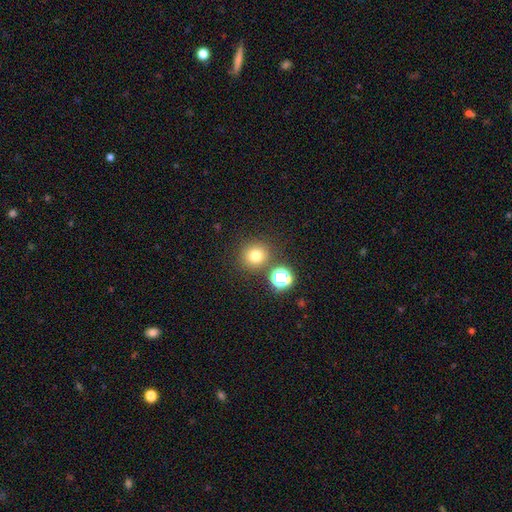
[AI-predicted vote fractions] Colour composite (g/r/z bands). It shows a smooth galaxy with no disk features (74%) that is round (91%). Merging: none (81%).